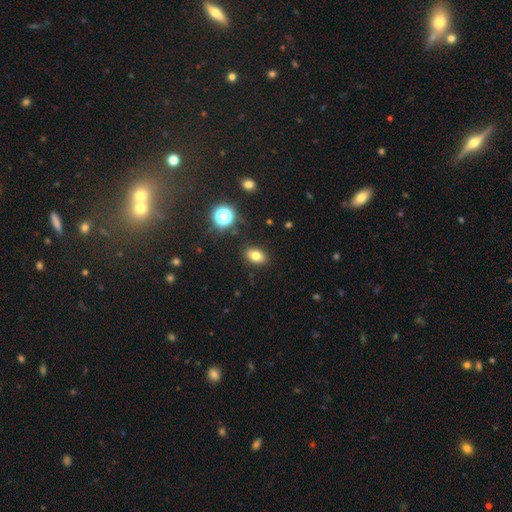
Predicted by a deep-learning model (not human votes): smooth 77%, star or artifact 14%, featured or disk 10%. Down the decision tree: how rounded — in between (82%); merging — none (87%).